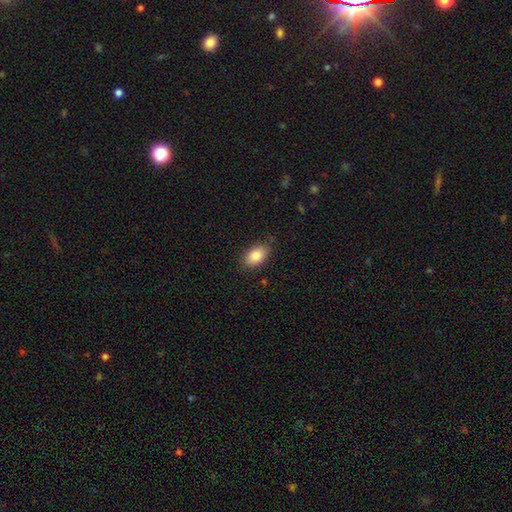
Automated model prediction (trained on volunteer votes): A smooth galaxy with no disk features (85%) that is in between round and cigar-shaped (88%).

Vote fractions:
- Smooth or featured? smooth: 85% / featured or disk: 8% / star or artifact: 8%
- How rounded? in between: 88% / round: 11% / cigar-shaped: 2%
- Merging? none: 82% / minor disturbance: 14% / major disturbance: 3% / merger: 1%